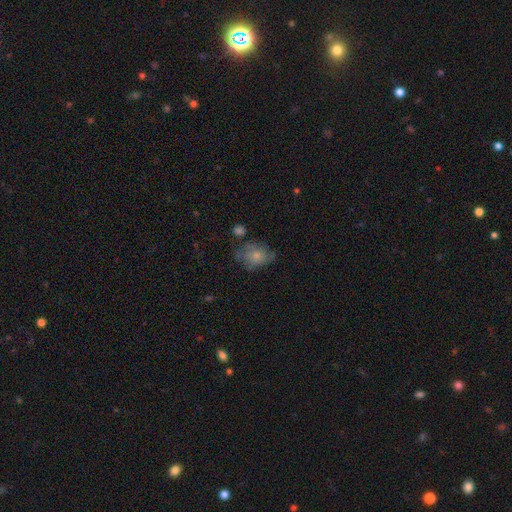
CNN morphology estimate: Smooth or featured?
  - smooth: 64% *
  - featured or disk: 26%
  - star or artifact: 10%
How rounded?
  - in between: 60% *
  - round: 39%
  - cigar-shaped: 1%
Merging?
  - none: 48% *
  - minor disturbance: 30%
  - major disturbance: 17%
  - merger: 5%